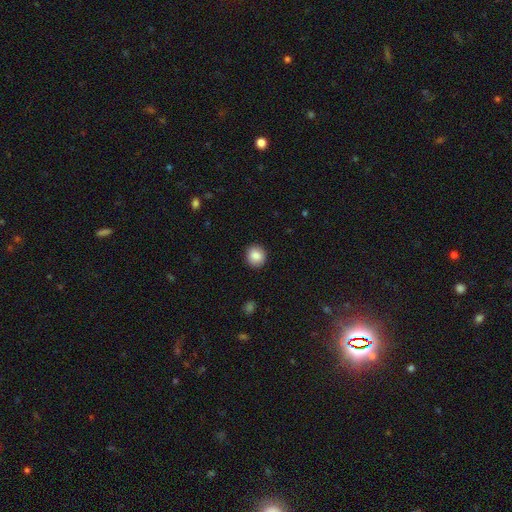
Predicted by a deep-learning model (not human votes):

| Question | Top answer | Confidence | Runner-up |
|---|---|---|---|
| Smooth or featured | smooth | 87% | star or artifact (8%) |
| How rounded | round | 86% | in between (13%) |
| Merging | none | 91% | minor disturbance (6%) |